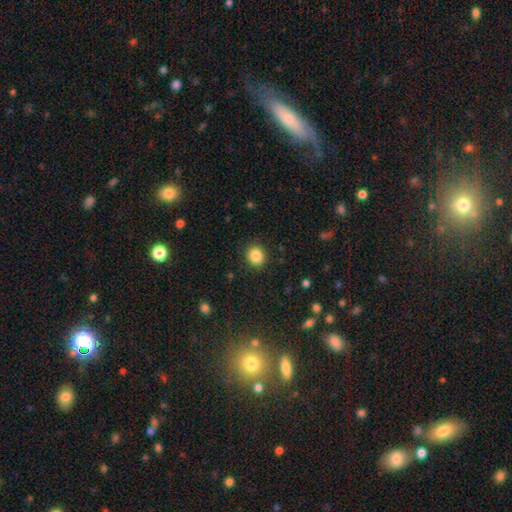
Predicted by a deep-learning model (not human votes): Q: Smooth or featured?
A: smooth (85%); runner-up: star or artifact (10%)
Q: How rounded?
A: round (80%); runner-up: in between (19%)
Q: Merging?
A: none (90%); runner-up: minor disturbance (7%)